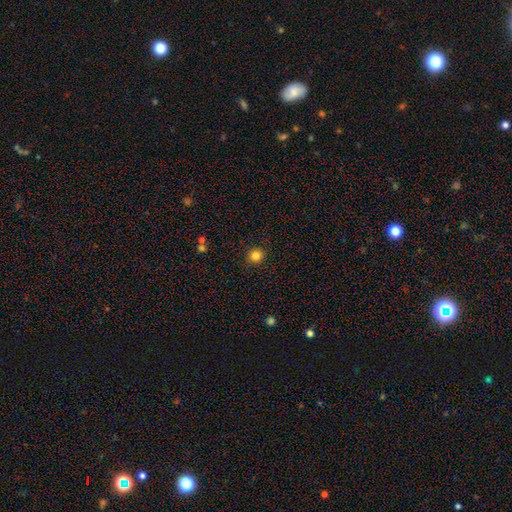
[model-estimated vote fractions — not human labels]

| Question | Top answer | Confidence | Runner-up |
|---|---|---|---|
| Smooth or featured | smooth | 84% | star or artifact (12%) |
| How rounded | round | 92% | in between (7%) |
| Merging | none | 91% | minor disturbance (6%) |